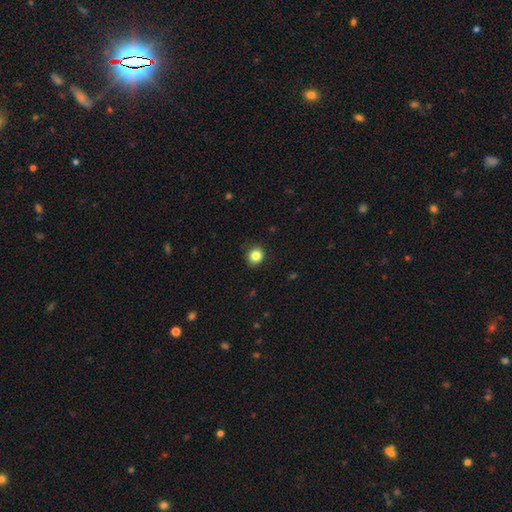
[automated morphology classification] Smooth or featured? Predicted: smooth (p=0.84). How rounded? Predicted: round (p=0.82). Merging? Predicted: none (p=0.86).